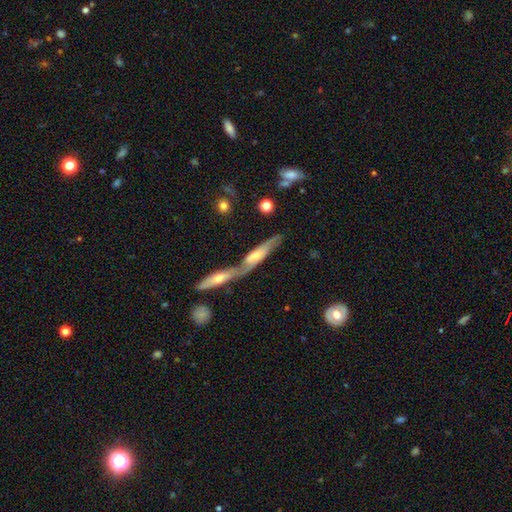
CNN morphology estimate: A featured or disk galaxy (57%) viewed edge-on (54%).

Vote fractions:
- Smooth or featured? featured or disk: 57% / smooth: 37% / star or artifact: 6%
- Edge-on disk? yes: 54% / no: 46%
- Merging? merger: 56% / none: 29% / minor disturbance: 10% / major disturbance: 5%